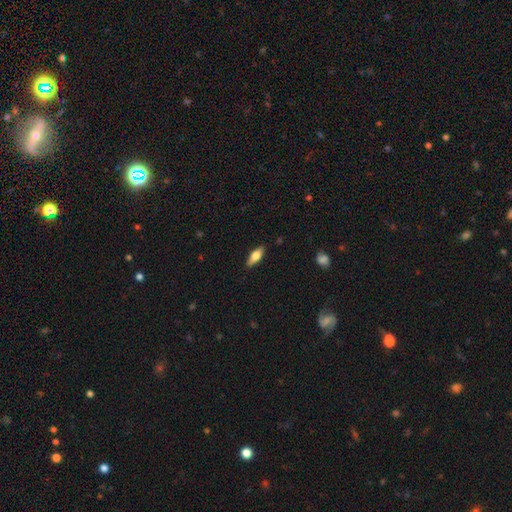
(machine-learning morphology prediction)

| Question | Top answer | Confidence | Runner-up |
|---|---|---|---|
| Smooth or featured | smooth | 62% | featured or disk (32%) |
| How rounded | in between | 65% | cigar-shaped (32%) |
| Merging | none | 87% | minor disturbance (10%) |